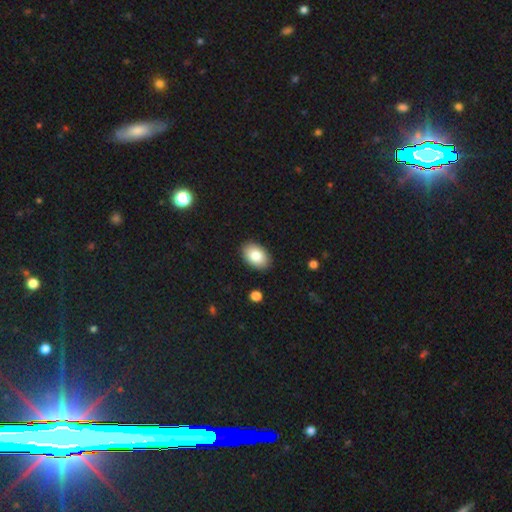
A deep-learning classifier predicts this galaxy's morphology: Smooth or featured? smooth (83%)
How rounded? in between (90%)
Merging? none (88%)